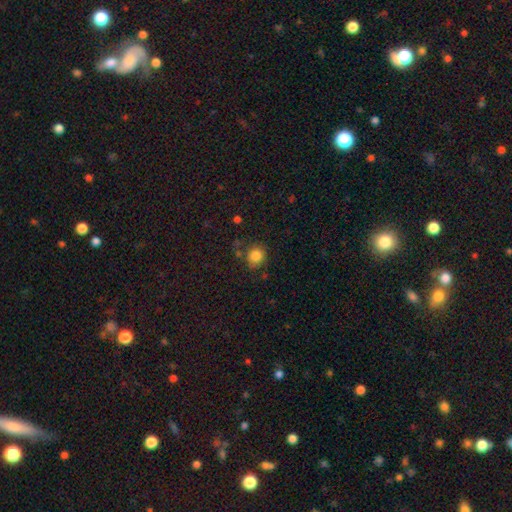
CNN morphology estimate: smooth_or_featured: smooth (p=0.83) [alt: star or artifact p=0.11]
how_rounded: round (p=0.80) [alt: in between p=0.19]
merging: none (p=0.76) [alt: minor disturbance p=0.14]